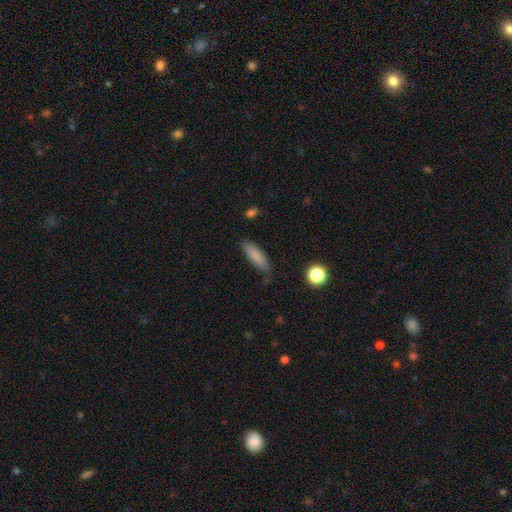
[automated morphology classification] This is clearly a smooth galaxy (84%). How rounded: possibly cigar-shaped (53%). Merging: likely none (76%).